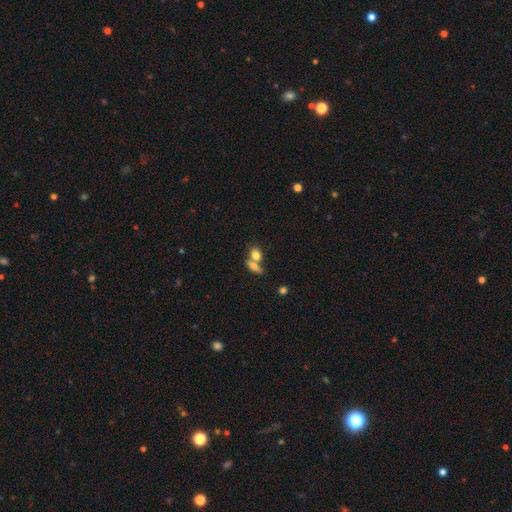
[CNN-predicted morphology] Q: Smooth or featured?
A: smooth (77%); runner-up: featured or disk (15%)
Q: How rounded?
A: in between (68%); runner-up: round (26%)
Q: Merging?
A: merger (57%); runner-up: none (32%)